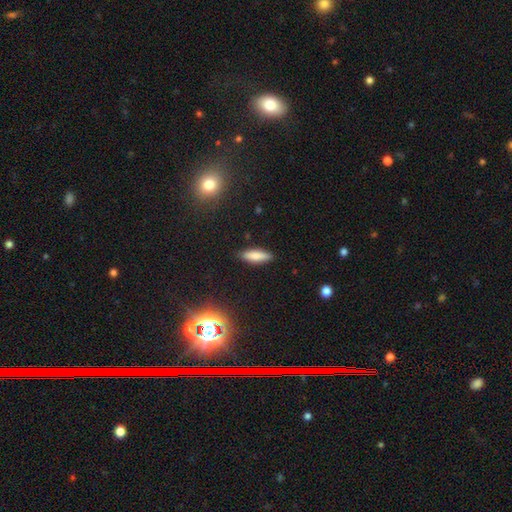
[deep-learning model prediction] Smooth or featured? smooth (76%)
How rounded? cigar-shaped (54%)
Merging? none (86%)